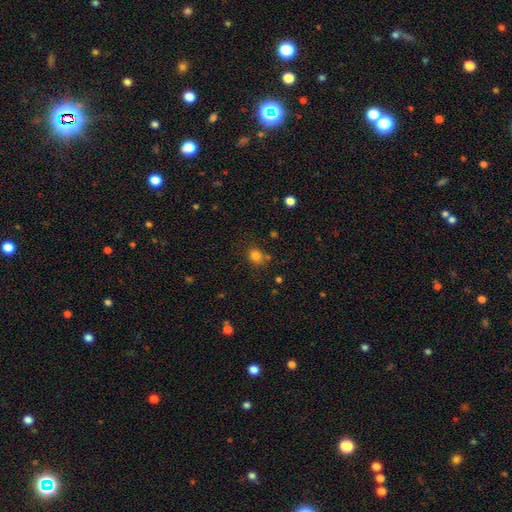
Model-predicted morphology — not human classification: Smooth or featured: smooth — 80% (star or artifact — 14%)
How rounded: round — 64% (in between — 35%)
Merging: none — 68% (minor disturbance — 17%)